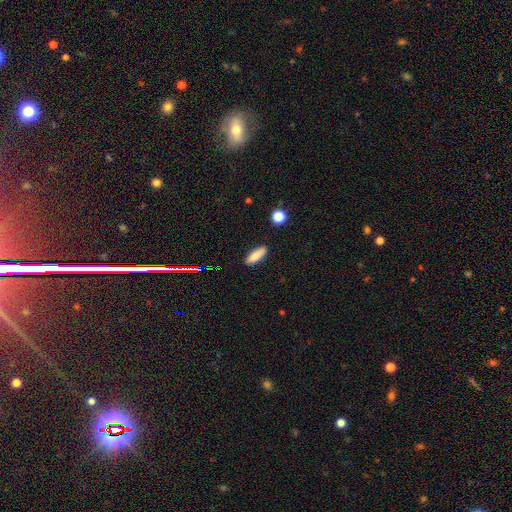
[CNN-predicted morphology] A smooth galaxy with no disk features (84%) that is in between round and cigar-shaped (65%). Merging: none (87%).